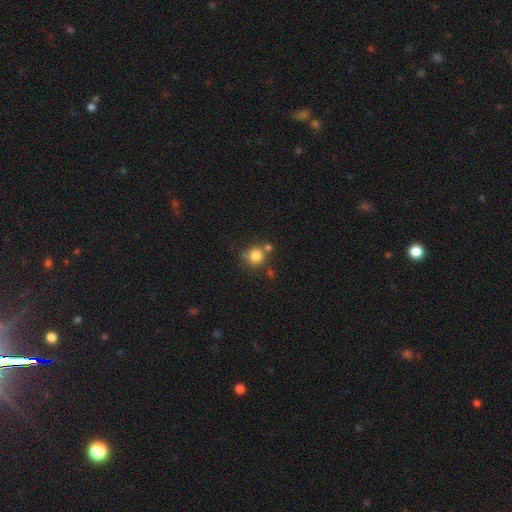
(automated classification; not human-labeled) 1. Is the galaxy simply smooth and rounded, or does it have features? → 82% smooth, 11% star or artifact, 7% featured or disk.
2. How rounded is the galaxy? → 91% round, 8% in between, 1% cigar-shaped.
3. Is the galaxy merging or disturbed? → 67% none, 17% merger, 12% minor disturbance, 4% major disturbance.